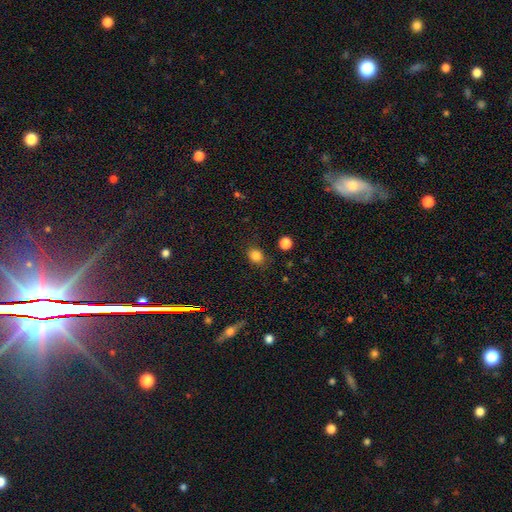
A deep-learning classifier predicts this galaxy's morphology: Smooth or featured? Predicted: smooth (p=0.83). How rounded? Predicted: round (p=0.67). Merging? Predicted: none (p=0.81).